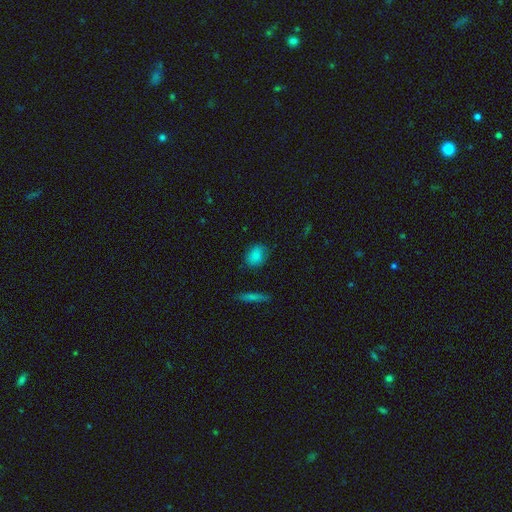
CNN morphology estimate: Smooth or featured?
  - smooth: 84% *
  - star or artifact: 9%
  - featured or disk: 7%
How rounded?
  - in between: 57% *
  - round: 40%
  - cigar-shaped: 3%
Merging?
  - none: 81% *
  - minor disturbance: 14%
  - major disturbance: 3%
  - merger: 2%